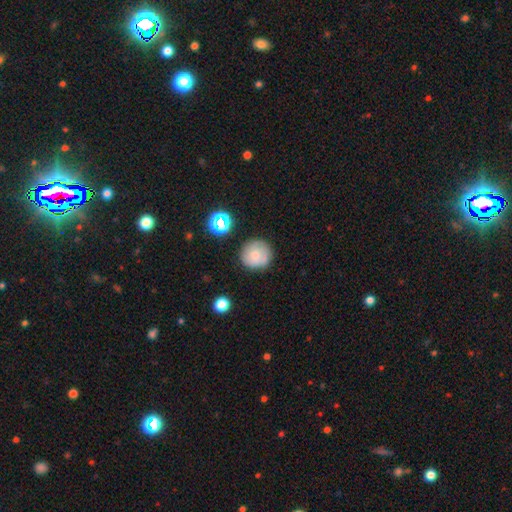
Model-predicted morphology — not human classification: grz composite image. It shows a smooth galaxy with no disk features (69%) that is round (92%). Merging: none (78%).